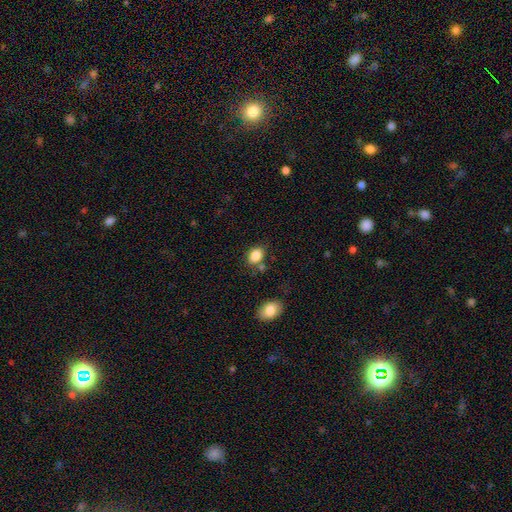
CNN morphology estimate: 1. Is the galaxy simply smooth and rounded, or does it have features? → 85% smooth, 9% star or artifact, 6% featured or disk.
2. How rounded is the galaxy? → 71% in between, 28% round, 1% cigar-shaped.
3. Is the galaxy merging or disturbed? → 70% none, 15% minor disturbance, 11% merger, 4% major disturbance.